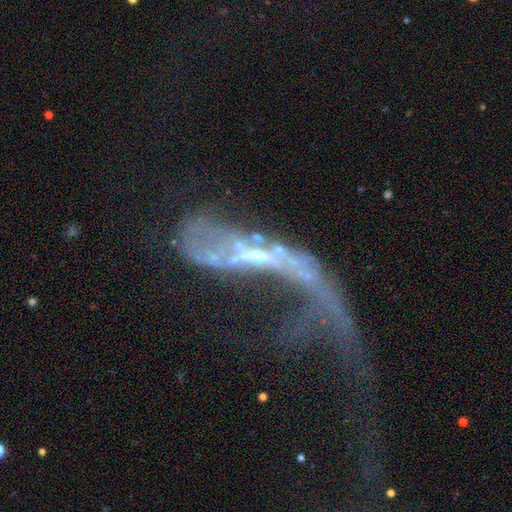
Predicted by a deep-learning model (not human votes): Smooth or featured? Predicted: featured or disk (p=0.71). Edge-on disk? Predicted: no (p=0.89). Bar? Predicted: no (p=0.69). Spiral arms? Predicted: no (p=0.58). Bulge size? Predicted: small (p=0.49). Merging? Predicted: major disturbance (p=0.52).